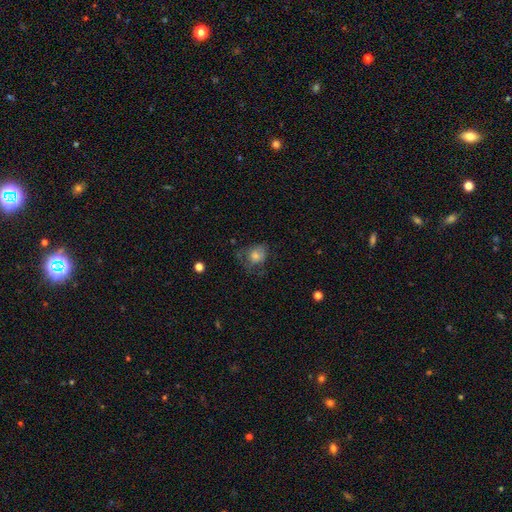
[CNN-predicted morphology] The model was most divided on "merging": none: 43%, major disturbance: 28%, minor disturbance: 26%, merger: 2%. More confident: smooth or featured — smooth (60%); how rounded — round (58%).